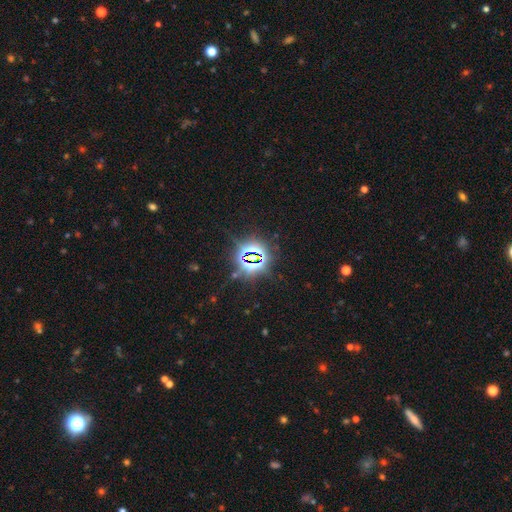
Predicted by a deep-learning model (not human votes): This appears to be a star or artifact, not a galaxy (82%).